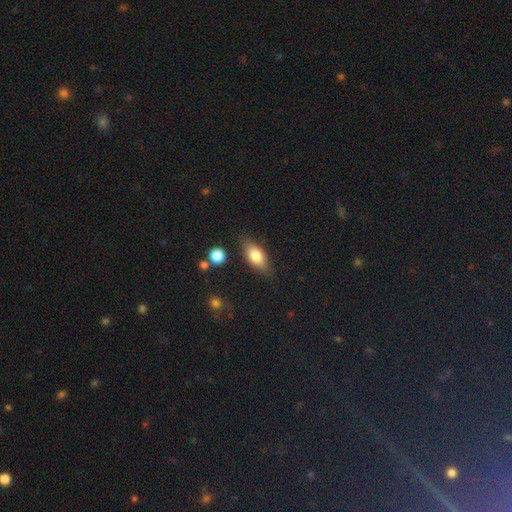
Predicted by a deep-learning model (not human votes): Overall: smooth (76%). How rounded: in between (84%). Merging: none (80%).